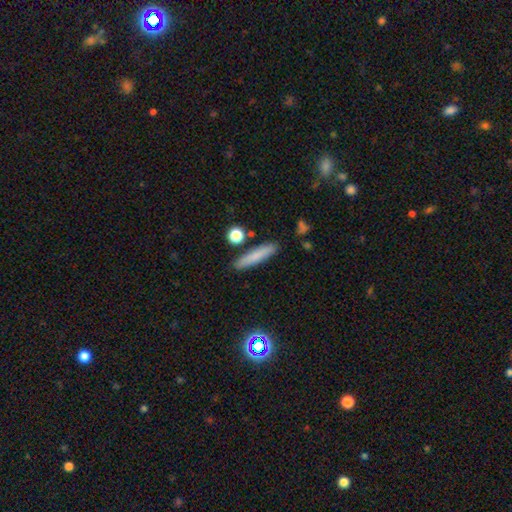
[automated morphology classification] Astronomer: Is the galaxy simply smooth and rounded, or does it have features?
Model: smooth — 77%.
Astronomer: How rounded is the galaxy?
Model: cigar-shaped — 87%.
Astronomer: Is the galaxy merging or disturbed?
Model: none — 87%.